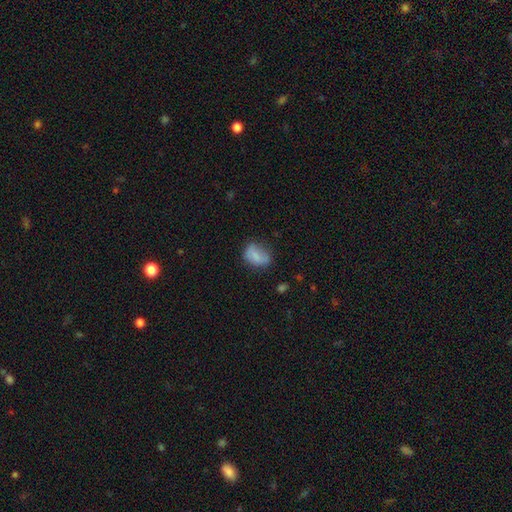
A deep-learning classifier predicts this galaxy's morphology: This is likely a smooth galaxy (76%). How rounded: likely in between (76%). Merging: possibly none (58%).